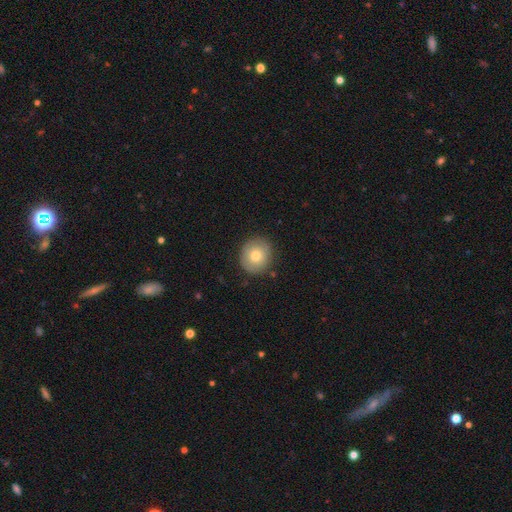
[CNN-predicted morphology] Overall: smooth (72%). How rounded: round (88%). Merging: none (86%).